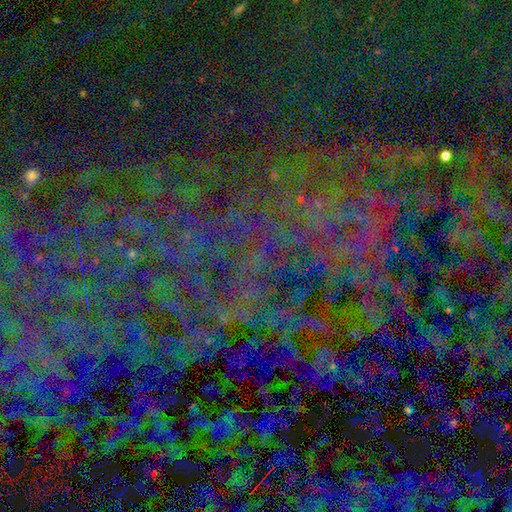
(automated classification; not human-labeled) Smooth or featured: star or artifact — 82% (smooth — 10%)